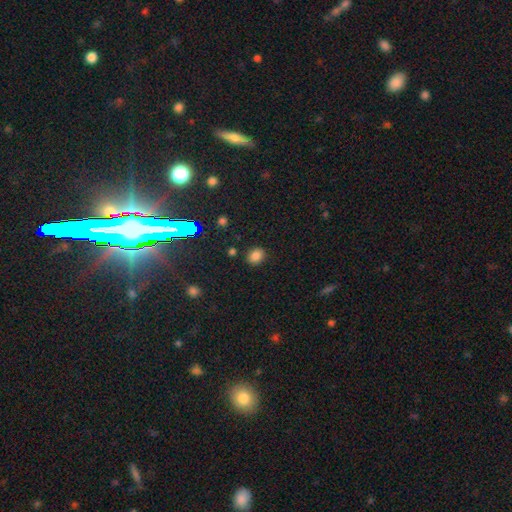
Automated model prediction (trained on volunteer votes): Smooth or featured?
  - smooth: 80% *
  - star or artifact: 15%
  - featured or disk: 5%
How rounded?
  - round: 62% *
  - in between: 37%
  - cigar-shaped: 1%
Merging?
  - none: 86% *
  - minor disturbance: 9%
  - major disturbance: 3%
  - merger: 2%